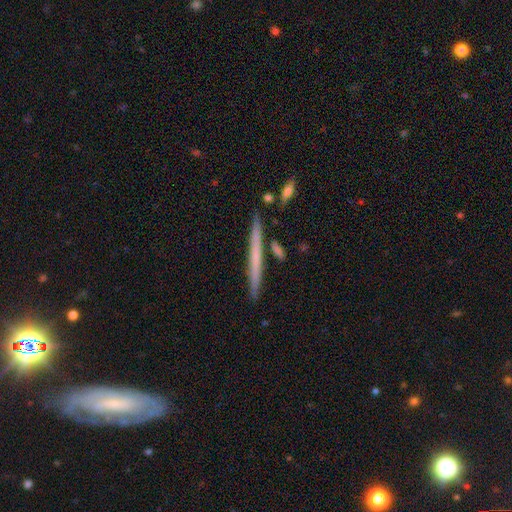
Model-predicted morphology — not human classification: A smooth galaxy with no disk features (48%). Merging: none (88%).